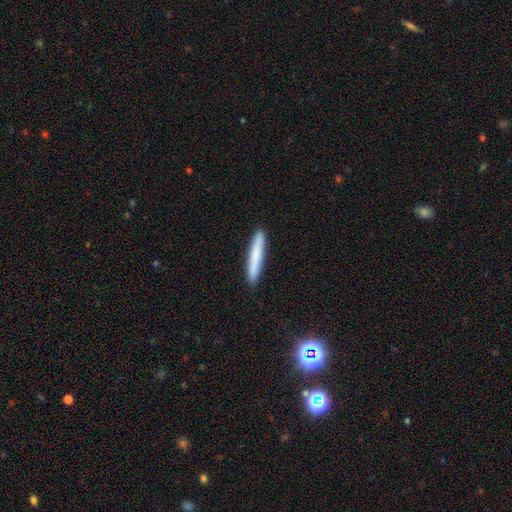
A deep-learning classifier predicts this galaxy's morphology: Overall: smooth (73%). How rounded: cigar-shaped (95%). Merging: none (92%).